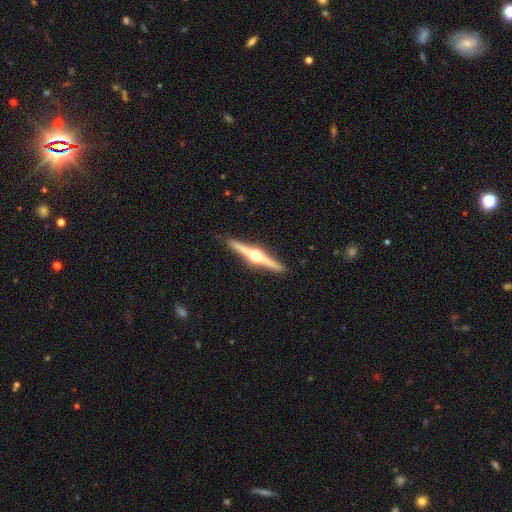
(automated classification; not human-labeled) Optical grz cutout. It shows a featured or disk galaxy (83%) viewed edge-on (98%) with a rounded central bulge (97%). Merging: none (91%).